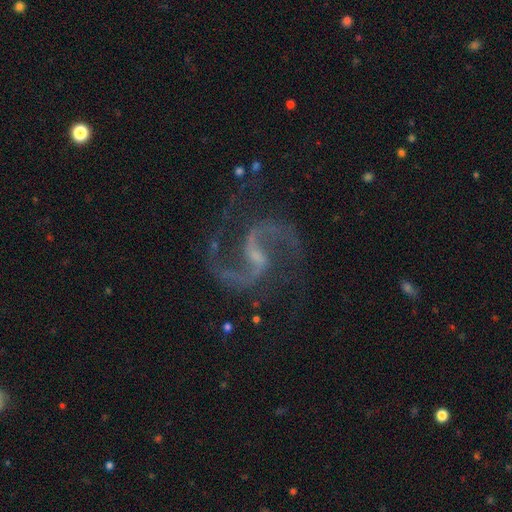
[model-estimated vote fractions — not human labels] A featured or disk galaxy (94%) with a weak bar (54%), 2 (94%) medium (61%) spiral arms (99%) and a small central bulge (53%). Merging: none (78%).